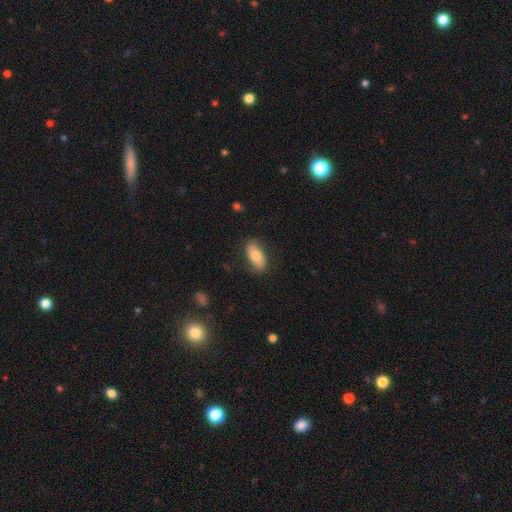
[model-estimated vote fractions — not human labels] The model was most divided on "smooth or featured": smooth: 74%, featured or disk: 19%, star or artifact: 6%. More confident: how rounded — in between (84%); merging — none (80%).